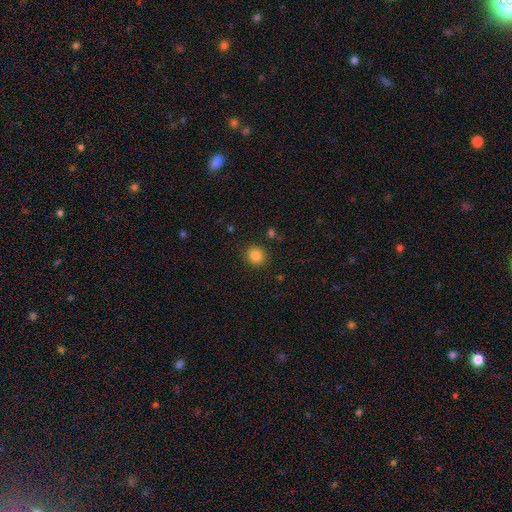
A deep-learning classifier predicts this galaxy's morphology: smooth 85%, star or artifact 11%, featured or disk 4%. Down the decision tree: how rounded — round (88%); merging — none (89%).